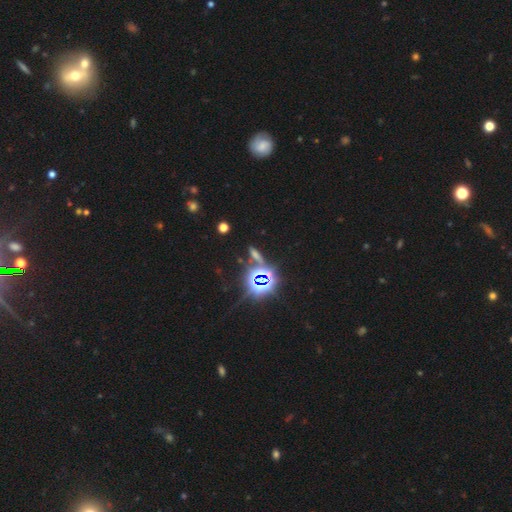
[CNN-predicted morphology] The model was most divided on "smooth or featured": star or artifact: 61%, smooth: 24%, featured or disk: 14%.